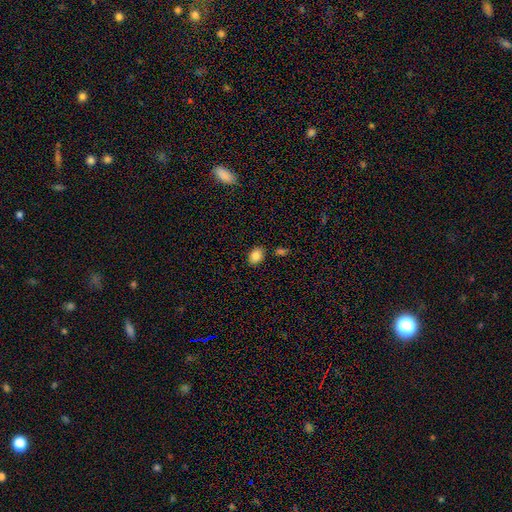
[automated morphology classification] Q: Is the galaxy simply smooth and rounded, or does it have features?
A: smooth — 86%.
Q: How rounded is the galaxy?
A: in between — 78%.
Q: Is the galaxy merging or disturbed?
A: none — 83%.